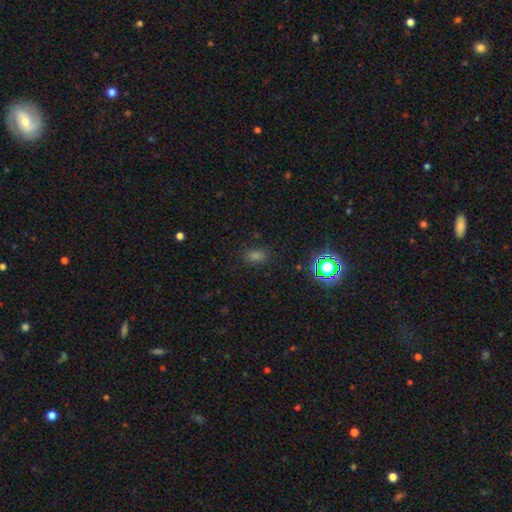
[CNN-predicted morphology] smooth 63%, star or artifact 31%, featured or disk 6%. Down the decision tree: how rounded — in between (70%); merging — none (85%).